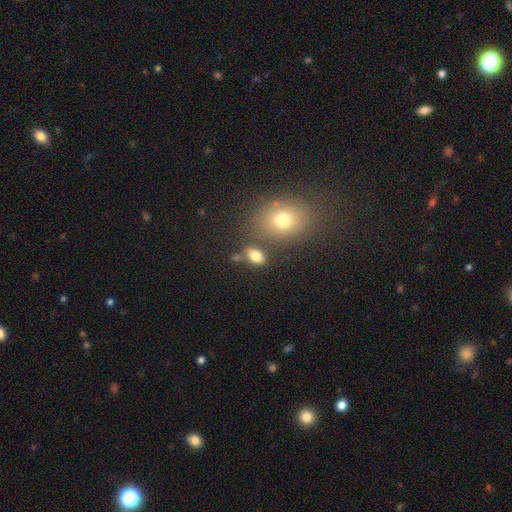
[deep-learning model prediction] Smooth or featured?
  - smooth: 78% *
  - star or artifact: 12%
  - featured or disk: 10%
How rounded?
  - in between: 82% *
  - round: 15%
  - cigar-shaped: 3%
Merging?
  - none: 66% *
  - merger: 15%
  - minor disturbance: 14%
  - major disturbance: 6%